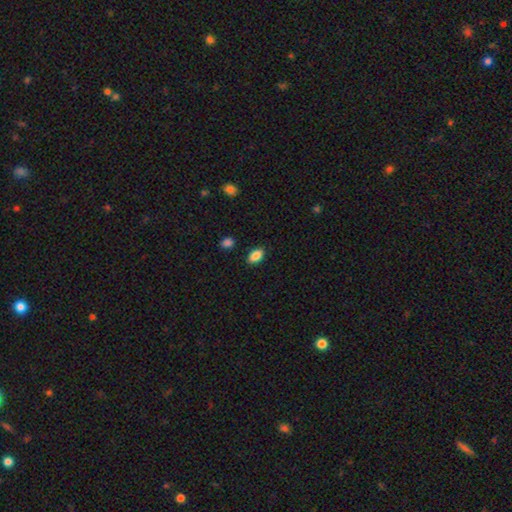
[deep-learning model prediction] Q: Smooth or featured?
A: smooth (87%); runner-up: star or artifact (8%)
Q: How rounded?
A: in between (90%); runner-up: round (8%)
Q: Merging?
A: none (87%); runner-up: minor disturbance (9%)